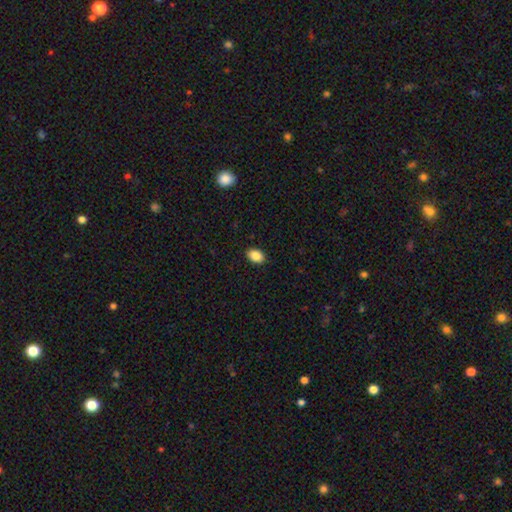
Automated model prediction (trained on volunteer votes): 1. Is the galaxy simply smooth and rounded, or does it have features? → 87% smooth, 8% star or artifact, 4% featured or disk.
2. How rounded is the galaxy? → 82% in between, 17% round, 1% cigar-shaped.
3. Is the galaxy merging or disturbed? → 90% none, 8% minor disturbance, 2% major disturbance, 1% merger.